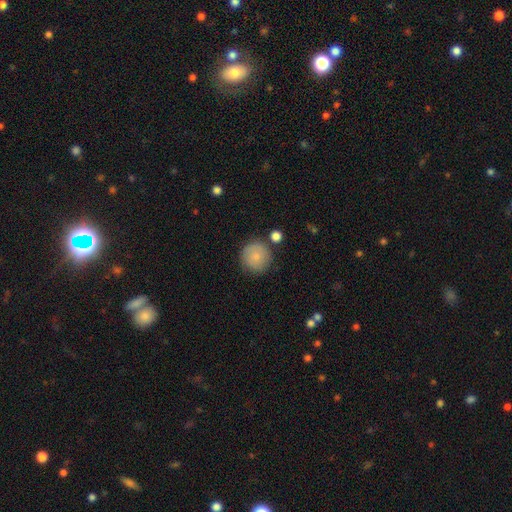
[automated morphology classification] The model was most divided on "merging": none: 79%, minor disturbance: 12%, merger: 6%, major disturbance: 3%. More confident: how rounded — round (94%); smooth or featured — smooth (83%).